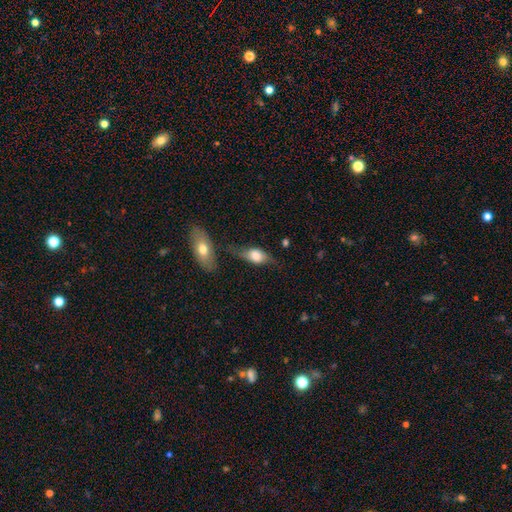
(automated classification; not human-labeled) Smooth or featured? Predicted: smooth (p=0.62). How rounded? Predicted: in between (p=0.81). Merging? Predicted: none (p=0.47).